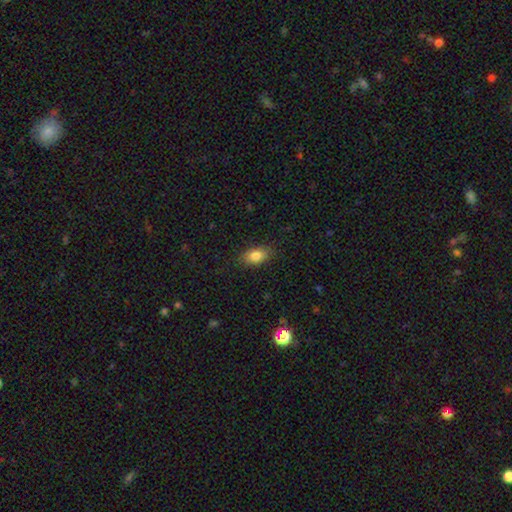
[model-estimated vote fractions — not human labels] smooth-or-featured: smooth: 84% | star or artifact: 8% | featured or disk: 8%
  how-rounded: in between: 87% | round: 9% | cigar-shaped: 4%
  merging: none: 85% | minor disturbance: 11% | major disturbance: 3% | merger: 1%